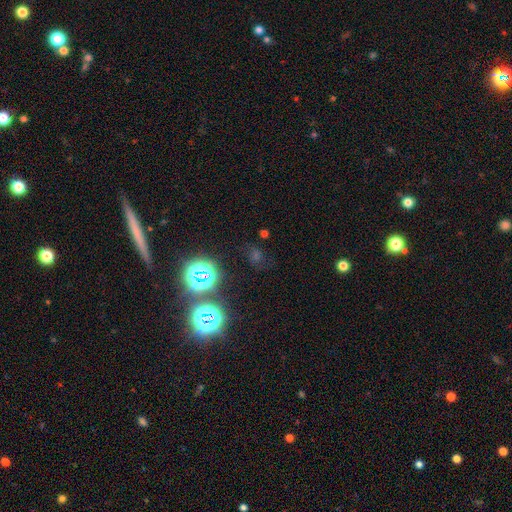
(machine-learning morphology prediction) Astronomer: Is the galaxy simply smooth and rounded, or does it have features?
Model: star or artifact — 59%.